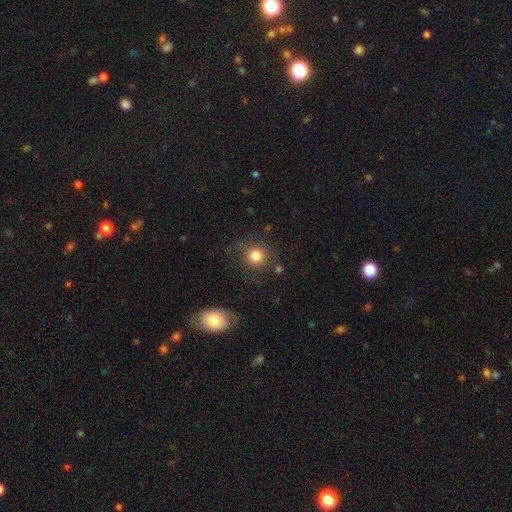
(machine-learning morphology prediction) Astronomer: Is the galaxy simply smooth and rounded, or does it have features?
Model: smooth — 82%.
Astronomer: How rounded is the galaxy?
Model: round — 90%.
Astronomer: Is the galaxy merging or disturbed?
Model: none — 78%.